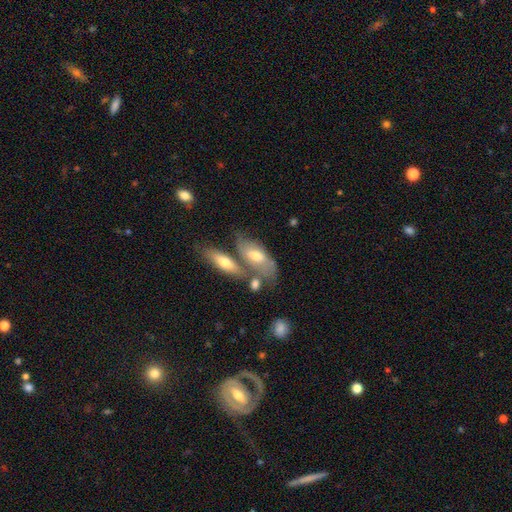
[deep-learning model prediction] A smooth galaxy with no disk features (51%) that is in between round and cigar-shaped (77%). Merging: merger (39%).